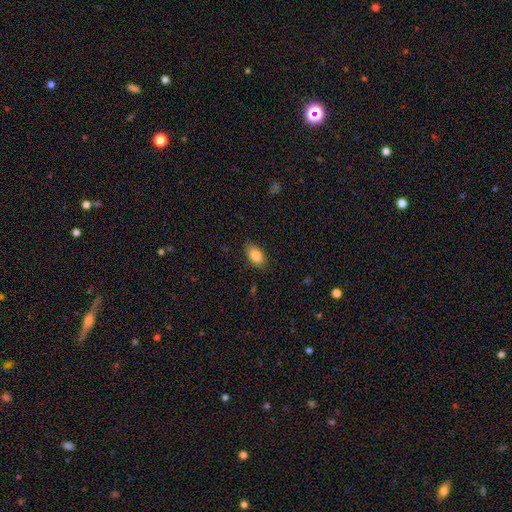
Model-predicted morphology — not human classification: Smooth or featured? Predicted: smooth (p=0.86). How rounded? Predicted: in between (p=0.91). Merging? Predicted: none (p=0.85).